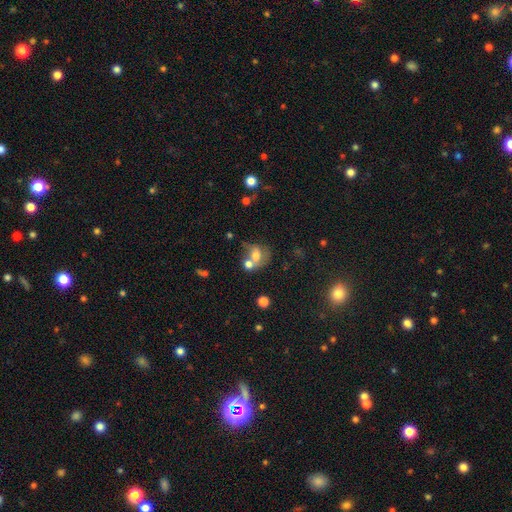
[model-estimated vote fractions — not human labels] A smooth galaxy with no disk features (61%) that is round (53%). Merging: merger (49%).